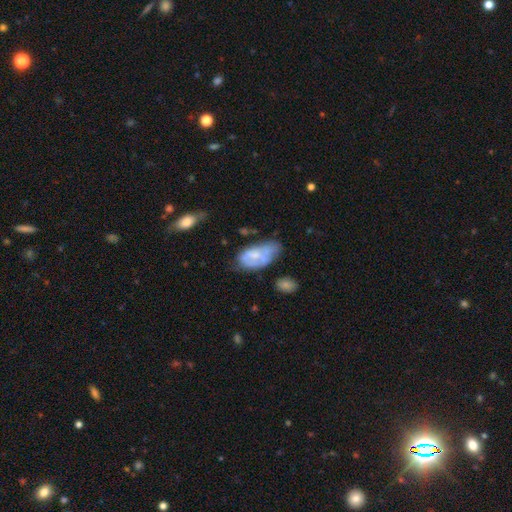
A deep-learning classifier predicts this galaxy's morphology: smooth_or_featured: smooth (p=0.49) [alt: featured or disk p=0.44]
merging: none (p=0.36) [alt: minor disturbance p=0.35]